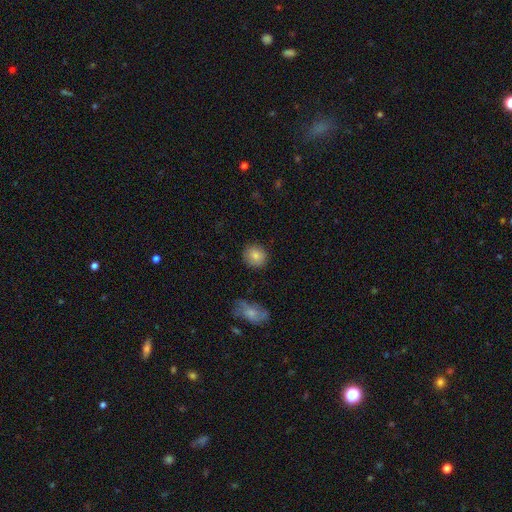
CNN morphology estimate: Overall: smooth (82%). How rounded: round (88%). Merging: none (86%).